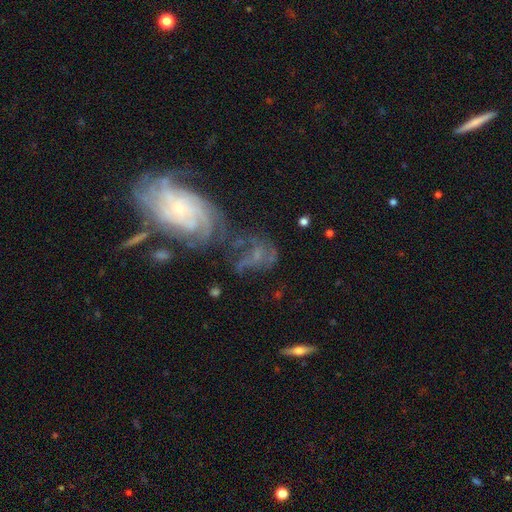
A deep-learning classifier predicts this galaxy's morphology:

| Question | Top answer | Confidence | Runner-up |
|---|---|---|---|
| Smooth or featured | featured or disk | 70% | smooth (16%) |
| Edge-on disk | no | 96% | yes (4%) |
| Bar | no | 66% | weak (26%) |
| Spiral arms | yes | 84% | no (16%) |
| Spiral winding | tight | 47% | medium (35%) |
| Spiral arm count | can't tell | 37% | 3 (20%) |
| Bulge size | small | 62% | moderate (17%) |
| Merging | none | 41% | major disturbance (24%) |